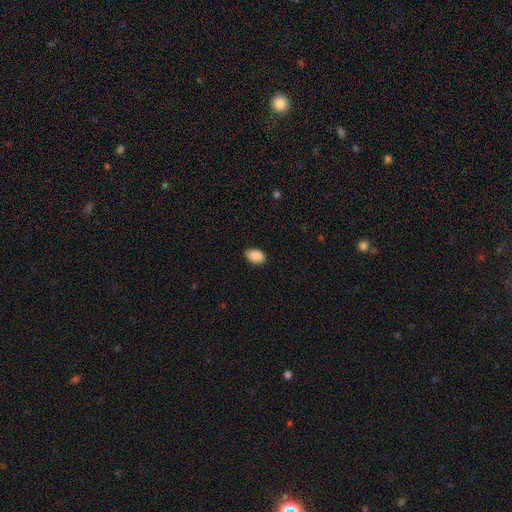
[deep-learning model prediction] The model was most divided on "merging": none: 79%, minor disturbance: 17%, major disturbance: 2%, merger: 1%. More confident: smooth or featured — smooth (89%); how rounded — in between (89%).